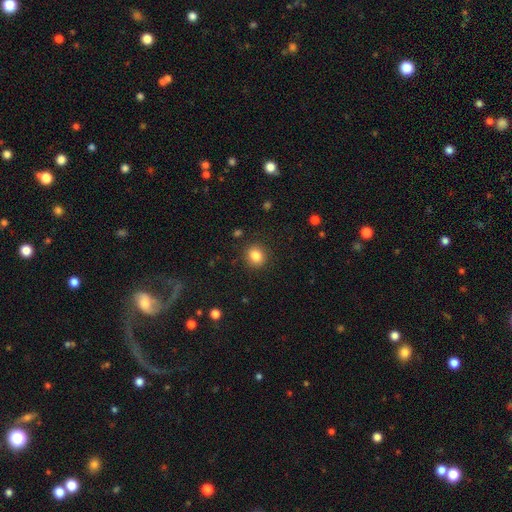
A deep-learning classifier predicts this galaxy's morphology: type=smooth (85%); roundness=round (75%); merging=none (89%).